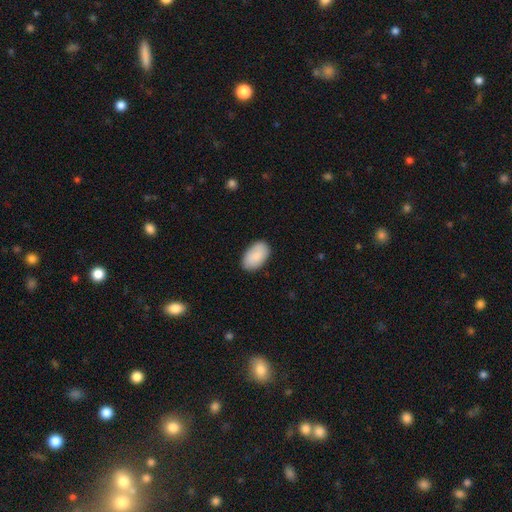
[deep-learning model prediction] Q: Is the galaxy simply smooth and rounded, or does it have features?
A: smooth — 88%.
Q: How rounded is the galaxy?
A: in between — 94%.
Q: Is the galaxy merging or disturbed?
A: none — 86%.